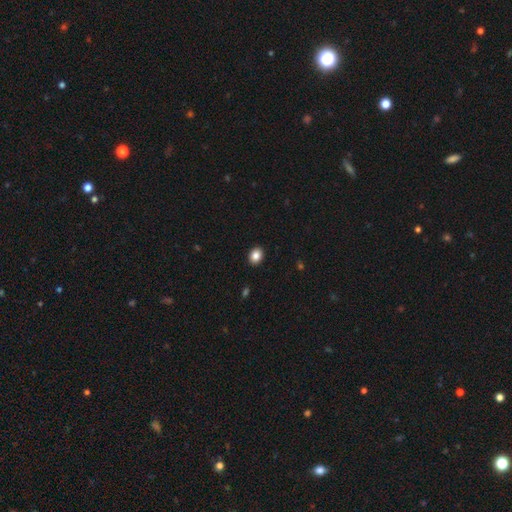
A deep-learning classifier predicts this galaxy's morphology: A smooth galaxy with no disk features (85%) that is in between round and cigar-shaped (57%).

Vote fractions:
- Smooth or featured? smooth: 85% / star or artifact: 9% / featured or disk: 6%
- How rounded? in between: 57% / round: 42% / cigar-shaped: 1%
- Merging? none: 91% / minor disturbance: 6% / major disturbance: 2% / merger: 1%